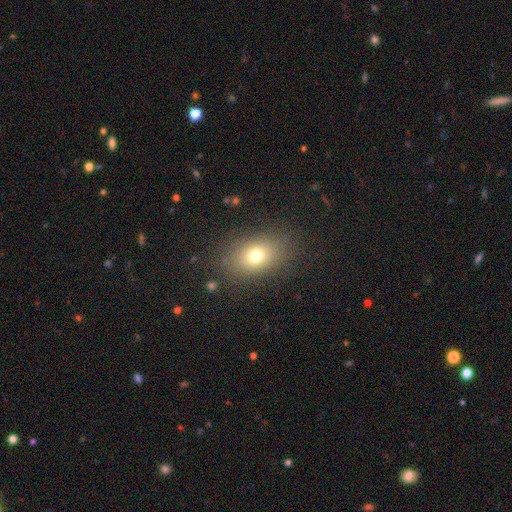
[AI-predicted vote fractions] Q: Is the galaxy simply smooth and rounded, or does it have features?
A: smooth — 73%.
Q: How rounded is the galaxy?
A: in between — 73%.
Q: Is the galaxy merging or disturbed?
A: none — 83%.